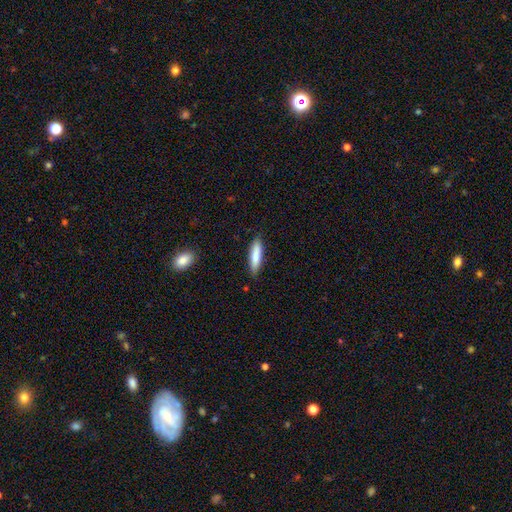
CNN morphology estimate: Smooth or featured: smooth — 83% (featured or disk — 11%)
How rounded: cigar-shaped — 72% (in between — 27%)
Merging: none — 86% (minor disturbance — 11%)